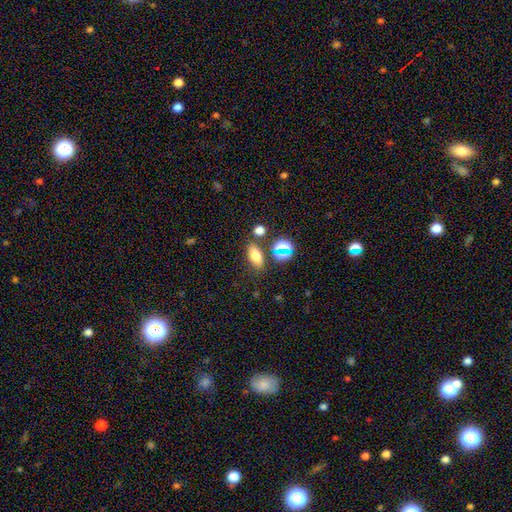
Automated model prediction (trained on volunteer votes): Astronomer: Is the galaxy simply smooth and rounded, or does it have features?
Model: smooth — 70%.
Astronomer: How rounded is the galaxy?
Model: in between — 79%.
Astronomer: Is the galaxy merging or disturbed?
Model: none — 72%.